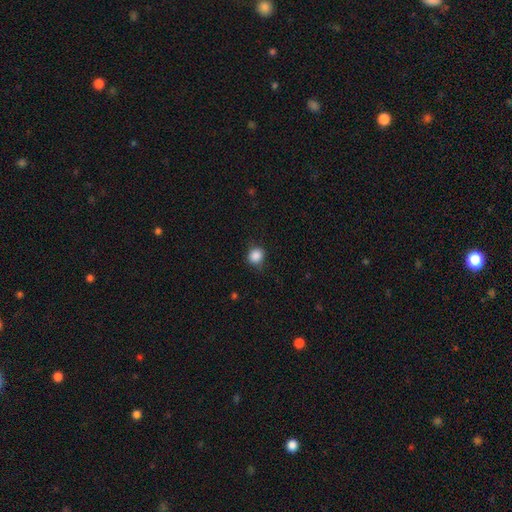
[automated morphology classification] The model was most divided on "how rounded": round: 78%, in between: 21%, cigar-shaped: 1%. More confident: smooth or featured — smooth (87%); merging — none (77%).